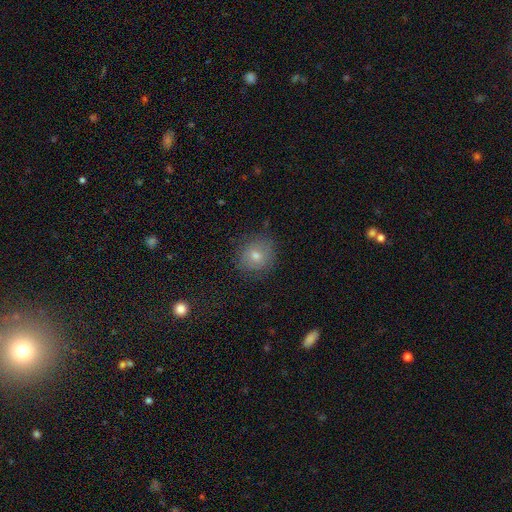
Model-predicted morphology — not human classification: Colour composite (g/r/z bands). It shows a smooth galaxy with no disk features (69%) that is round (86%). Merging: none (82%).